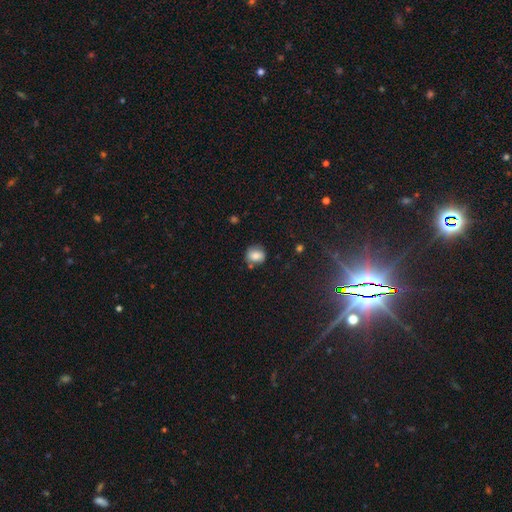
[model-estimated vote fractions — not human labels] A smooth galaxy with no disk features (77%) that is round (75%).

Vote fractions:
- Smooth or featured? smooth: 77% / featured or disk: 12% / star or artifact: 11%
- How rounded? round: 75% / in between: 24% / cigar-shaped: 1%
- Merging? none: 72% / minor disturbance: 17% / merger: 7% / major disturbance: 4%